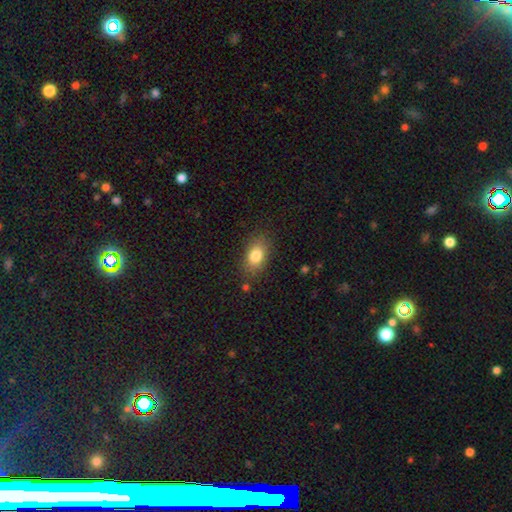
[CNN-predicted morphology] The model was most divided on "how rounded": in between: 82%, round: 16%, cigar-shaped: 2%. More confident: merging — none (82%); smooth or featured — smooth (82%).